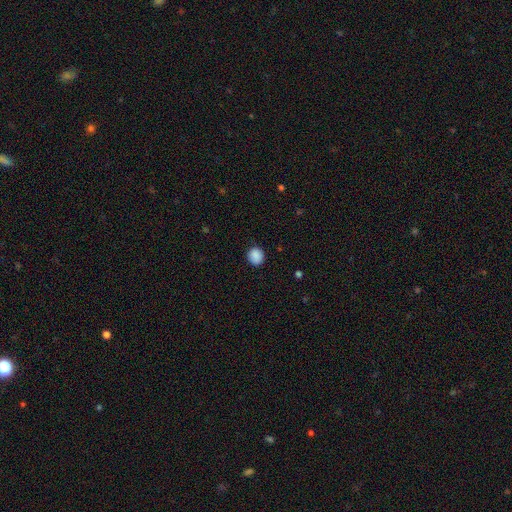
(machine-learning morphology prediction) A smooth galaxy with no disk features (88%) that is round (83%). Merging: none (87%).